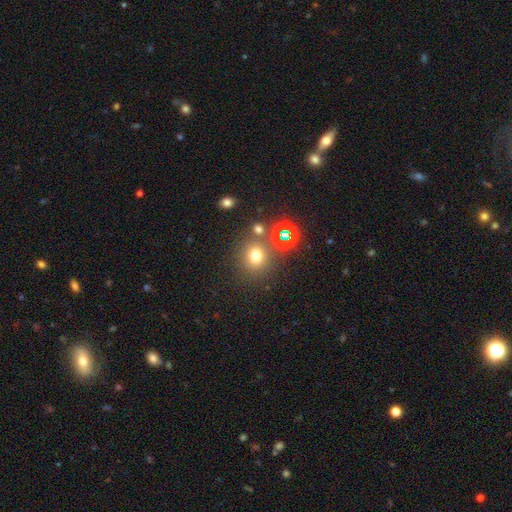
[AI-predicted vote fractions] Smooth or featured?
  - smooth: 69% *
  - star or artifact: 23%
  - featured or disk: 8%
How rounded?
  - round: 82% *
  - in between: 17%
  - cigar-shaped: 1%
Merging?
  - none: 75% *
  - merger: 11%
  - minor disturbance: 10%
  - major disturbance: 4%